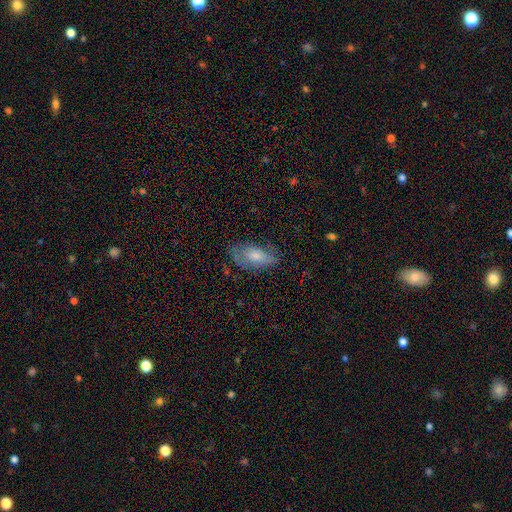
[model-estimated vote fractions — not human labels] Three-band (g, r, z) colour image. It shows a smooth galaxy with no disk features (58%) that is in between round and cigar-shaped (87%). Merging: none (62%).